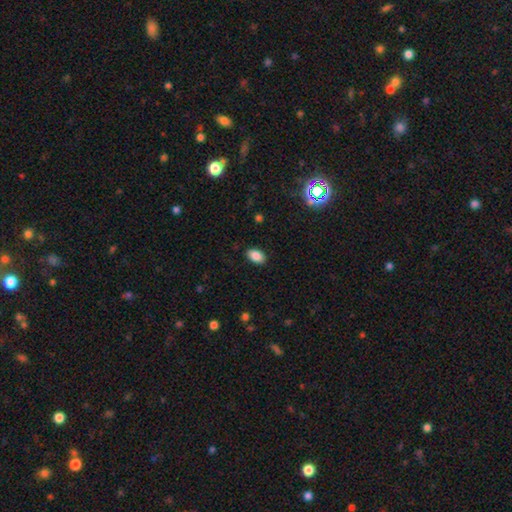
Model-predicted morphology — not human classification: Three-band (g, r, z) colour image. It shows a smooth galaxy with no disk features (87%) that is in between round and cigar-shaped (90%). Merging: none (88%).